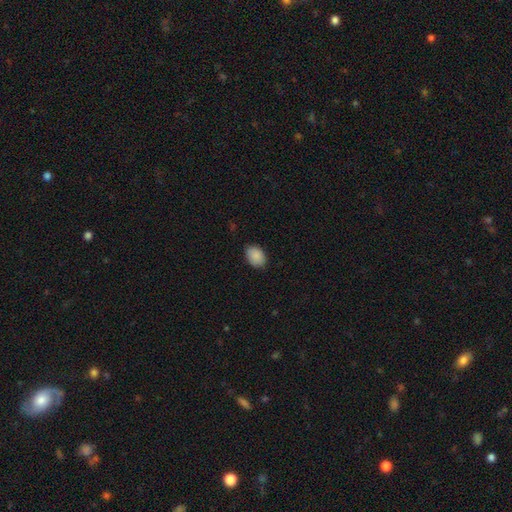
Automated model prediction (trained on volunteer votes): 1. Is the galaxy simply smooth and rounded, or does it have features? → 90% smooth, 7% star or artifact, 3% featured or disk.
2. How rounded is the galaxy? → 77% in between, 22% round, 1% cigar-shaped.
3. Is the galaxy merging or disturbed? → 83% none, 14% minor disturbance, 2% major disturbance, 1% merger.